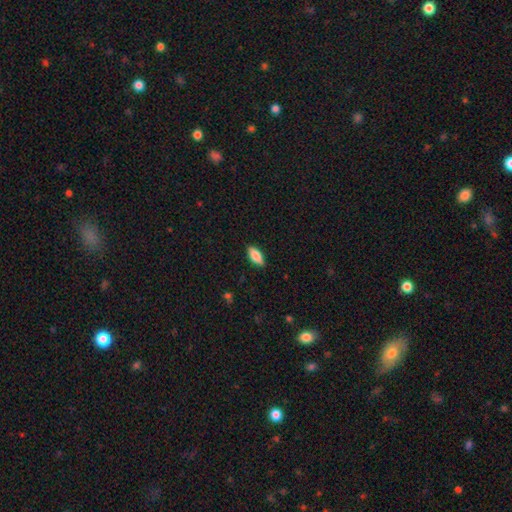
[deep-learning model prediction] The model was most divided on "how rounded": in between: 82%, cigar-shaped: 15%, round: 2%. More confident: merging — none (87%); smooth or featured — smooth (82%).